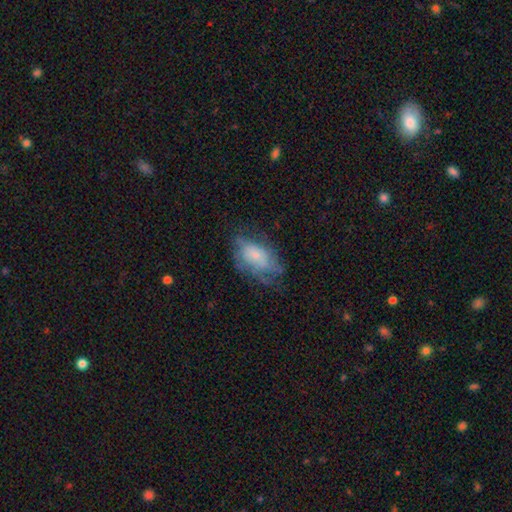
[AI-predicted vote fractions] Smooth or featured? Predicted: smooth (p=0.47). Merging? Predicted: none (p=0.47).